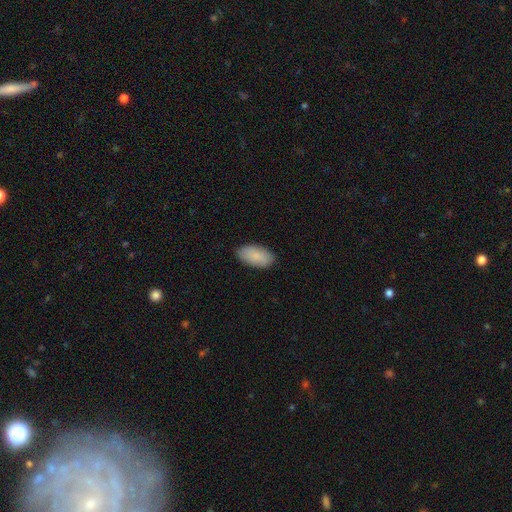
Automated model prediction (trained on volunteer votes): A smooth galaxy with no disk features (88%) that is in between round and cigar-shaped (95%).

Vote fractions:
- Smooth or featured? smooth: 88% / featured or disk: 6% / star or artifact: 6%
- How rounded? in between: 95% / cigar-shaped: 3% / round: 2%
- Merging? none: 86% / minor disturbance: 11% / major disturbance: 2% / merger: 1%